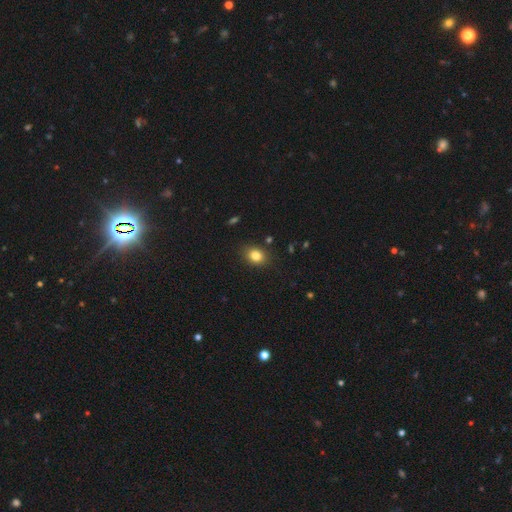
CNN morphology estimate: This is clearly a smooth galaxy (82%). How rounded: possibly in between (53%). Merging: clearly none (85%).